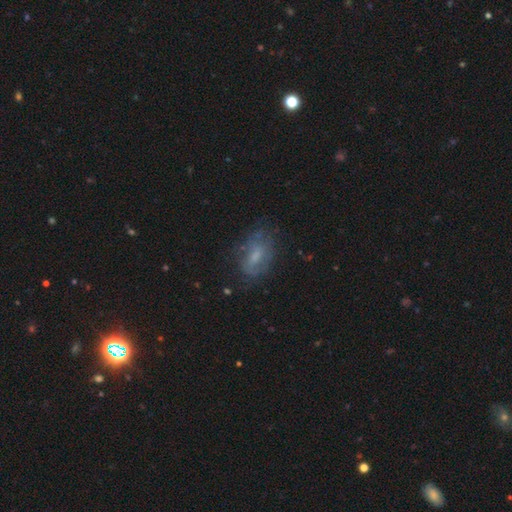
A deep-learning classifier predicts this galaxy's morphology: This appears to be a featured or disk galaxy (47%). Merging: none (61%).